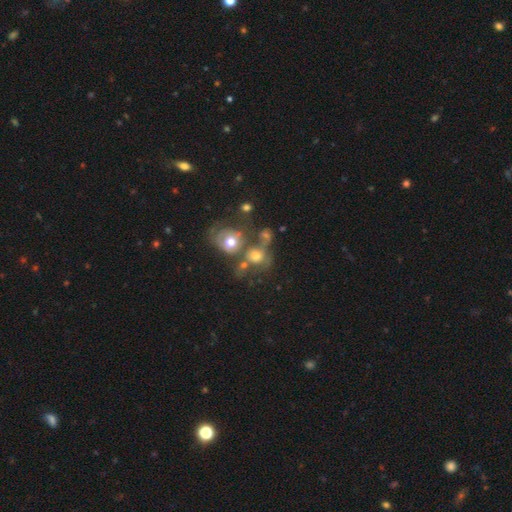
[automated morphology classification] The model was most divided on "smooth or featured": smooth: 49%, featured or disk: 32%, star or artifact: 19%. Remaining: merging — merger (49%).